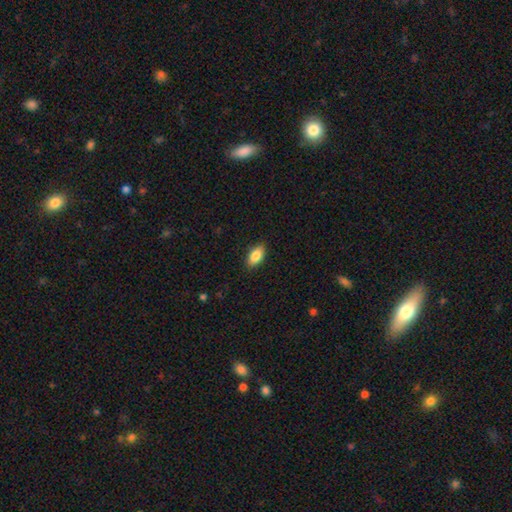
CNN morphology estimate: This is clearly a smooth galaxy (86%). How rounded: clearly in between (92%). Merging: clearly none (87%).